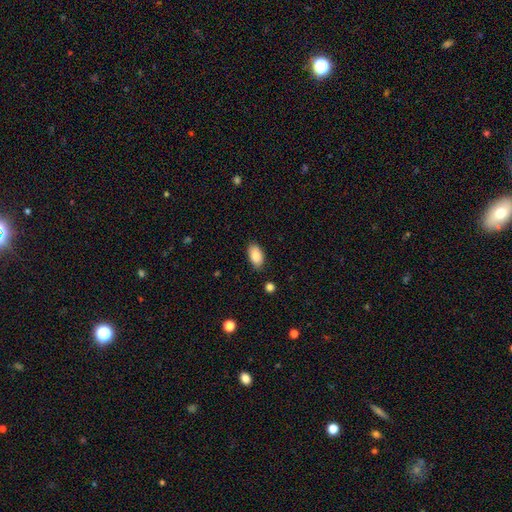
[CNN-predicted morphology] Smooth or featured? Predicted: smooth (p=0.87). How rounded? Predicted: in between (p=0.94). Merging? Predicted: none (p=0.83).